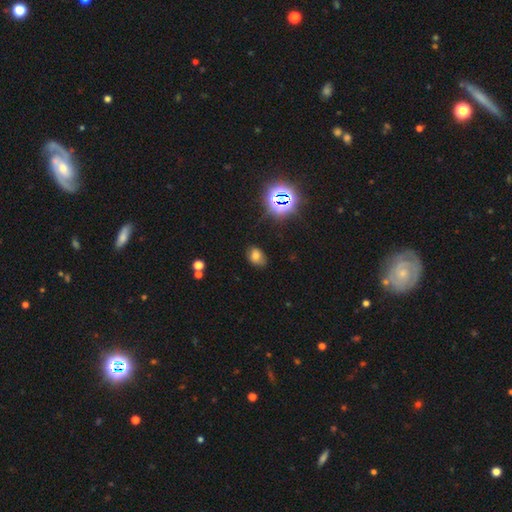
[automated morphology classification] Smooth or featured? smooth (67%)
How rounded? in between (67%)
Merging? none (67%)